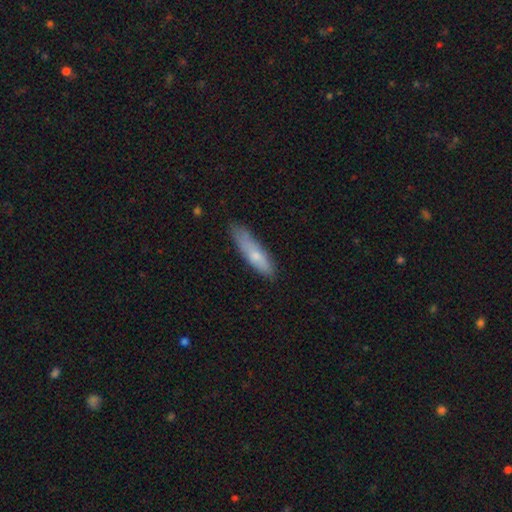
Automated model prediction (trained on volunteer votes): This appears to be a smooth galaxy with no disk features (69%) that is cigar-shaped (67%). Merging: none (67%).